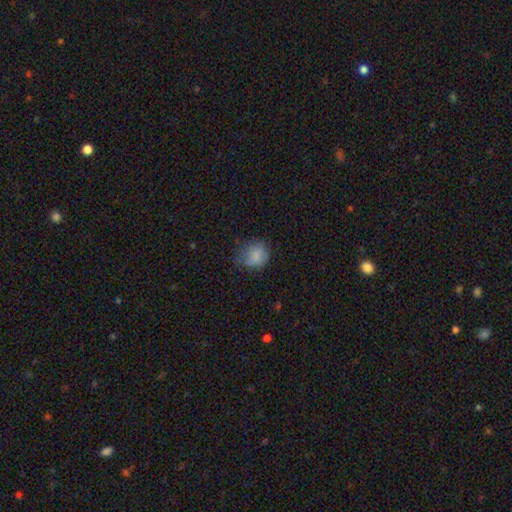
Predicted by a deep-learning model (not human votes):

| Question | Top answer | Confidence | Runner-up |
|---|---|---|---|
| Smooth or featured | smooth | 80% | star or artifact (10%) |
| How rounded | round | 67% | in between (32%) |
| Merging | none | 57% | minor disturbance (29%) |